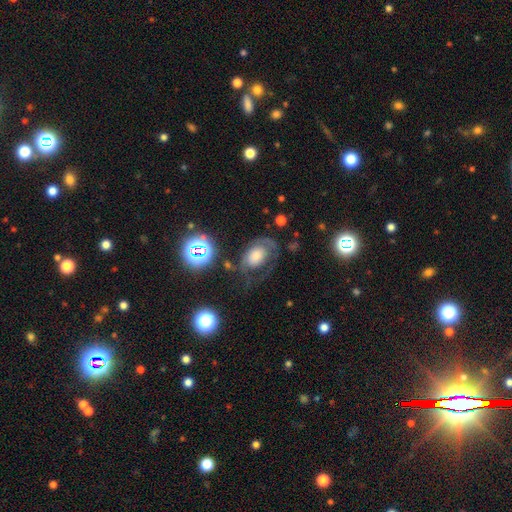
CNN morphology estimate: This is possibly a featured or disk galaxy (47%). Merging: marginally none (45%).